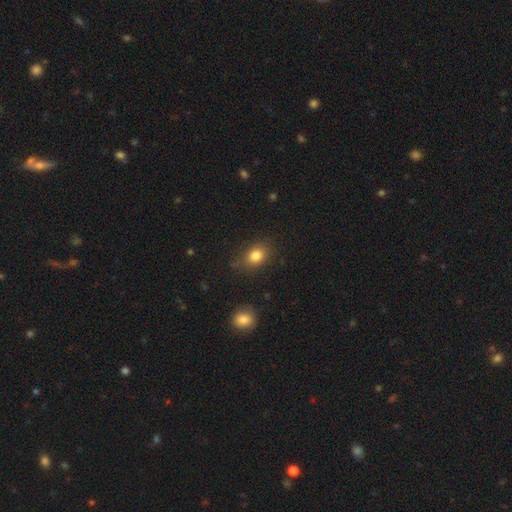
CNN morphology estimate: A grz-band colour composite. It shows a smooth galaxy with no disk features (82%) that is in between round and cigar-shaped (58%). Merging: none (78%).